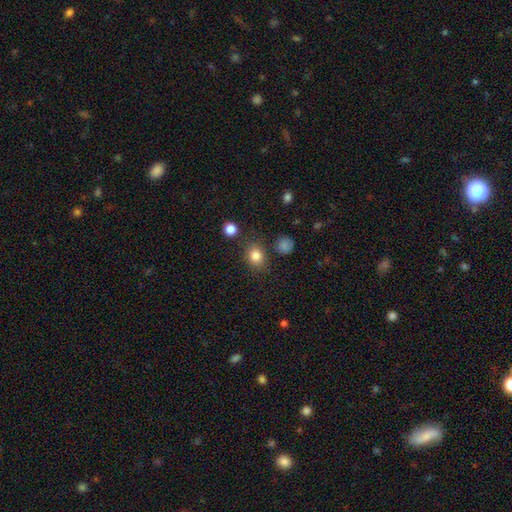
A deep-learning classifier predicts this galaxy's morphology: type=smooth (82%); roundness=round (60%); merging=none (80%).